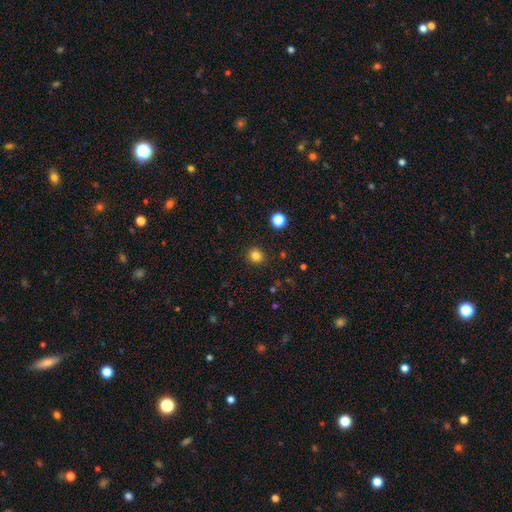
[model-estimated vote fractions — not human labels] Overall: smooth (83%). How rounded: round (83%). Merging: none (89%).